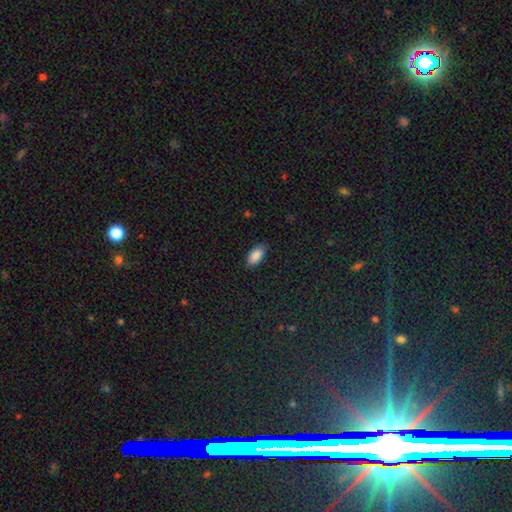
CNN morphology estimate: Smooth or featured? smooth (88%)
How rounded? in between (93%)
Merging? none (83%)